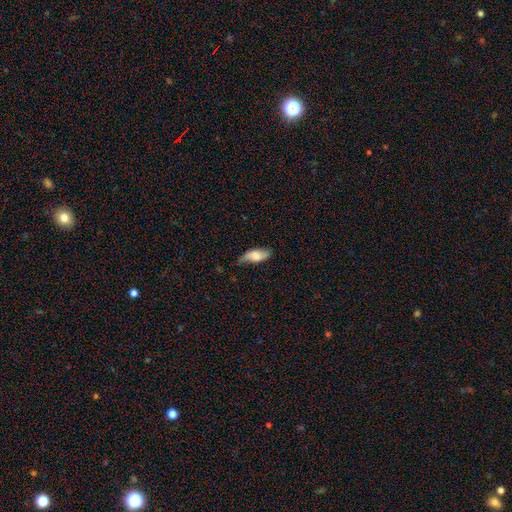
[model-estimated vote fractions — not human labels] smooth_or_featured: smooth (p=0.67) [alt: featured or disk p=0.26]
how_rounded: in between (p=0.80) [alt: cigar-shaped p=0.17]
merging: none (p=0.52) [alt: minor disturbance p=0.36]